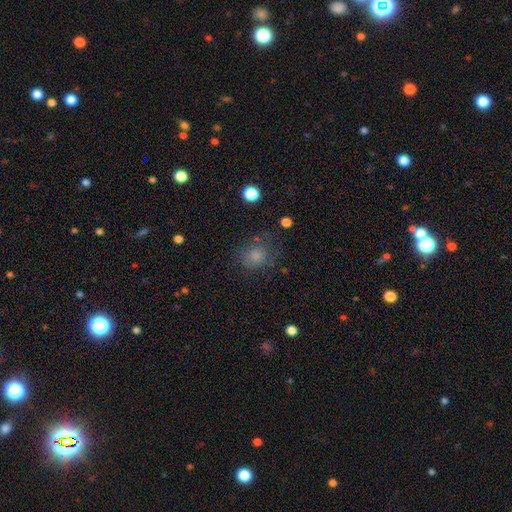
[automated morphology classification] smooth 66%, star or artifact 22%, featured or disk 12%. Down the decision tree: how rounded — round (79%); merging — none (71%).